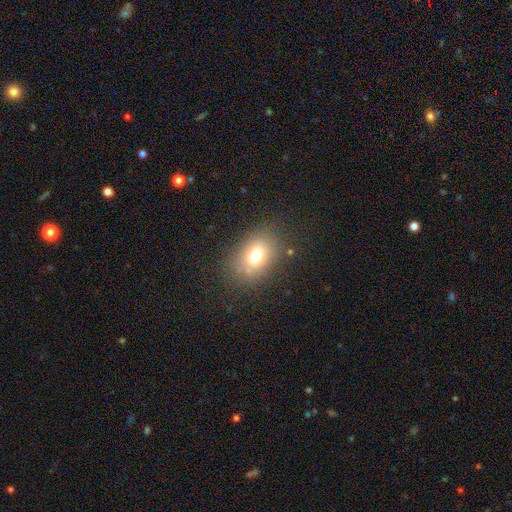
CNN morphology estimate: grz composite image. It shows a smooth galaxy with no disk features (73%) that is in between round and cigar-shaped (70%). Merging: none (77%).